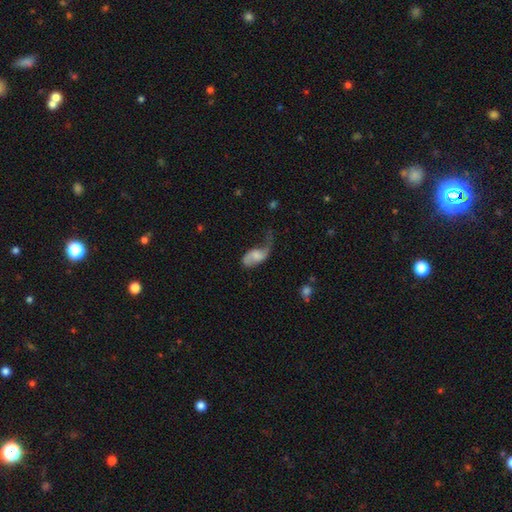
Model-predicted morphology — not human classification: This is possibly a featured or disk galaxy (50%). Merging: marginally major disturbance (39%).